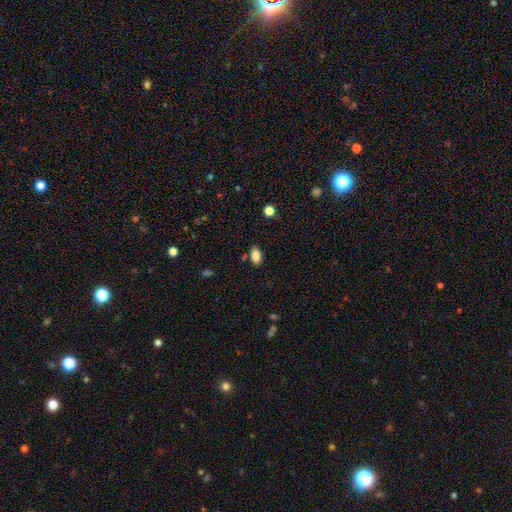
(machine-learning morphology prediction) type=smooth (85%); roundness=in between (92%); merging=none (82%).